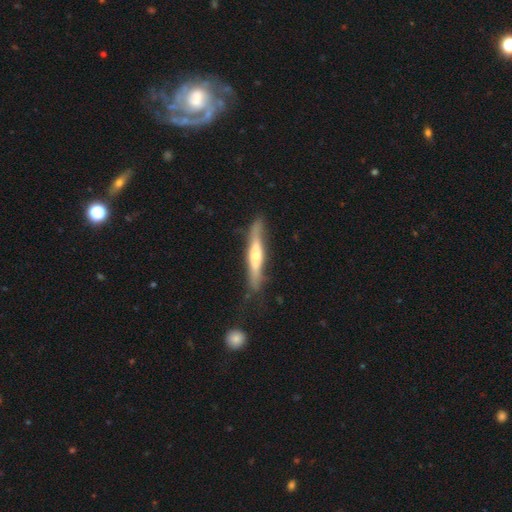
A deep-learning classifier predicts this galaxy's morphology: smooth-or-featured: featured or disk: 61% | smooth: 34% | star or artifact: 5%
  disk-edge-on: yes: 88% | no: 12%
    edge-on-bulge: rounded: 81% | none: 12% | boxy: 7%
  merging: none: 74% | minor disturbance: 18% | major disturbance: 5% | merger: 3%